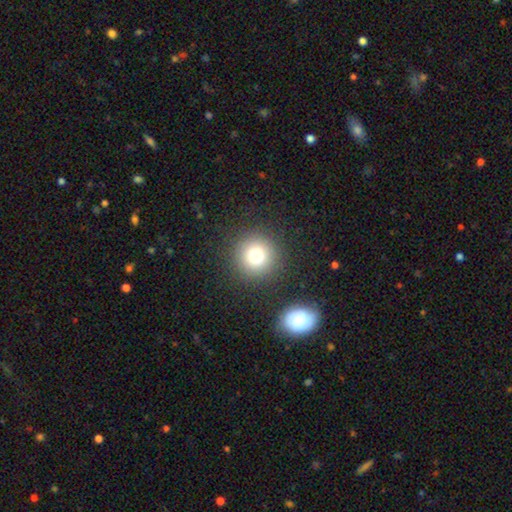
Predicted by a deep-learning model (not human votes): This appears to be a smooth galaxy with no disk features (76%) that is round (95%). Merging: none (88%).